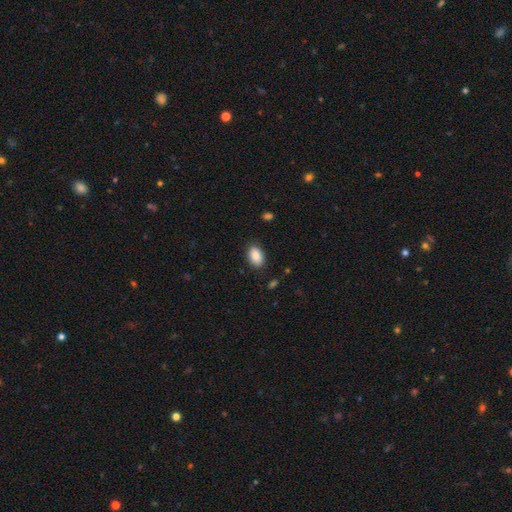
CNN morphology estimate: Smooth or featured? Predicted: smooth (p=0.88). How rounded? Predicted: in between (p=0.91). Merging? Predicted: none (p=0.86).